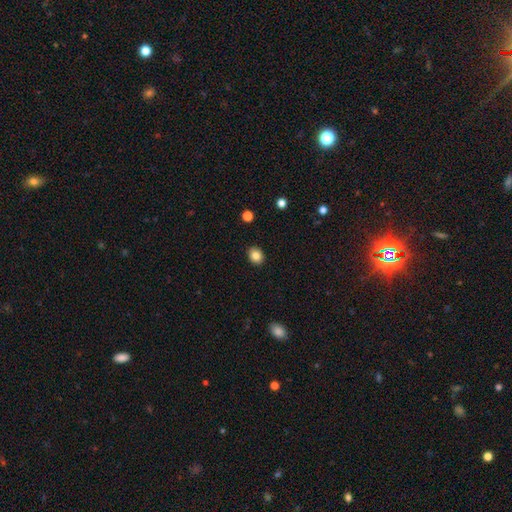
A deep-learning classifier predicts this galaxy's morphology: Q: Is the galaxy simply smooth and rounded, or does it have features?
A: smooth — 84%.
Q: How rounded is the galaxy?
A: round — 56%.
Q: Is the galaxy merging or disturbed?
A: none — 90%.